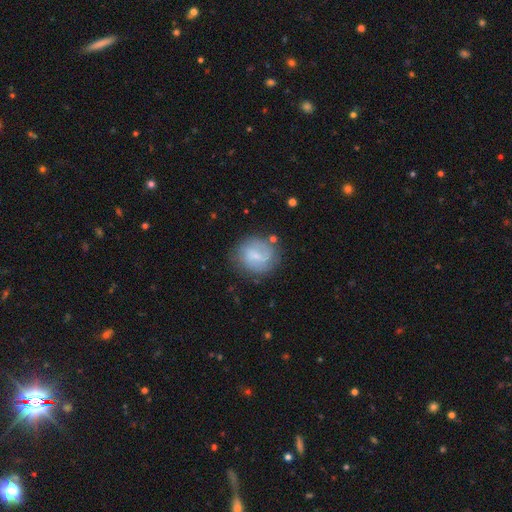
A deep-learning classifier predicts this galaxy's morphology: The model was most divided on "smooth or featured": smooth: 47%, featured or disk: 45%, star or artifact: 8%. More confident: merging — none (71%).